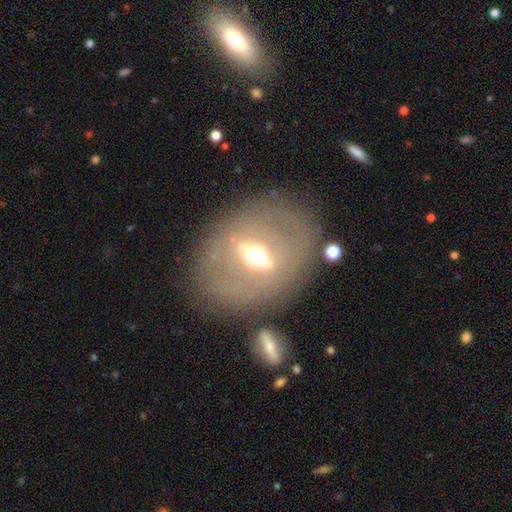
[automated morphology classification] Q: Smooth or featured?
A: featured or disk (70%); runner-up: smooth (21%)
Q: Edge-on disk?
A: no (74%); runner-up: yes (26%)
Q: Bar?
A: strong (61%); runner-up: weak (26%)
Q: Spiral arms?
A: no (87%); runner-up: yes (13%)
Q: Bulge size?
A: moderate (69%); runner-up: large (16%)
Q: Merging?
A: none (76%); runner-up: minor disturbance (12%)